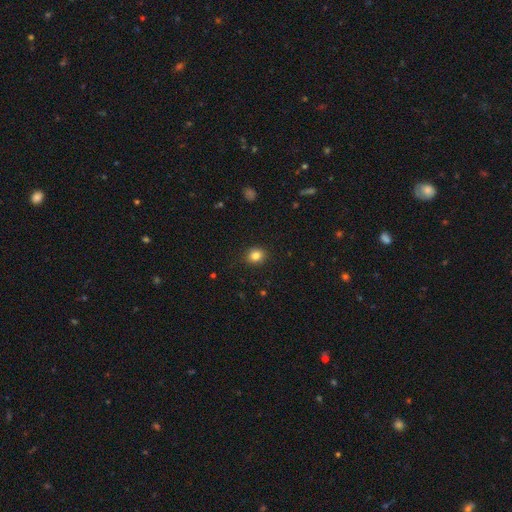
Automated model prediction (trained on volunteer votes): Smooth or featured?
  - smooth: 83% *
  - star or artifact: 11%
  - featured or disk: 6%
How rounded?
  - round: 73% *
  - in between: 26%
  - cigar-shaped: 1%
Merging?
  - none: 89% *
  - minor disturbance: 8%
  - major disturbance: 2%
  - merger: 1%